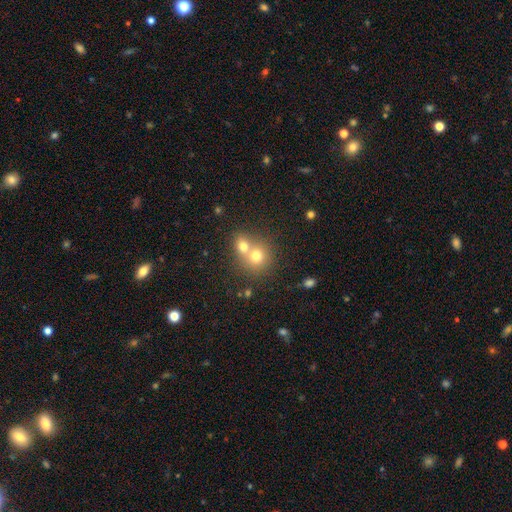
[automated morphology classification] Q: Smooth or featured?
A: smooth (71%); runner-up: featured or disk (16%)
Q: How rounded?
A: round (77%); runner-up: in between (22%)
Q: Merging?
A: merger (59%); runner-up: none (33%)